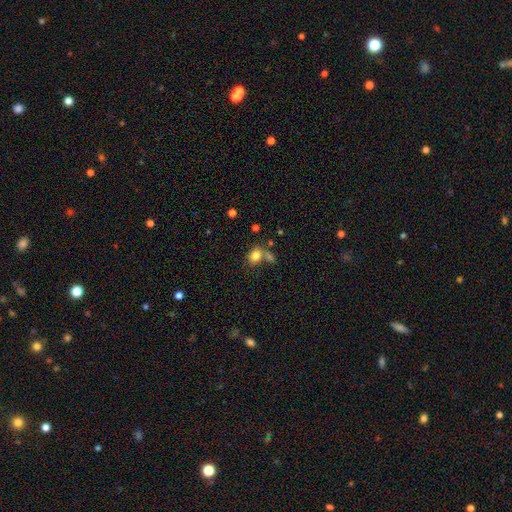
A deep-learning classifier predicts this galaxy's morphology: A smooth galaxy with no disk features (80%) that is in between round and cigar-shaped (58%). Merging: none (51%).